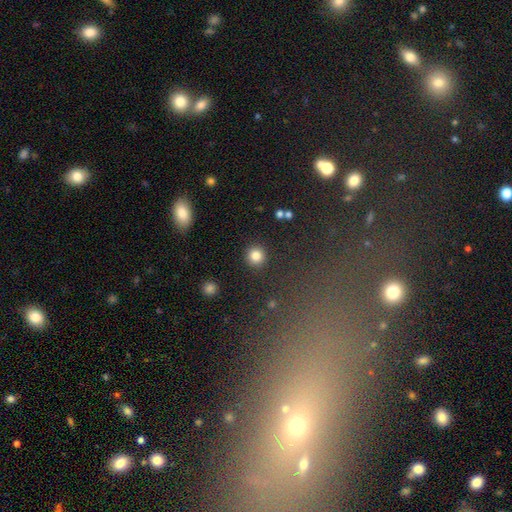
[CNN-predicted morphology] Smooth or featured? smooth (84%)
How rounded? round (94%)
Merging? none (91%)